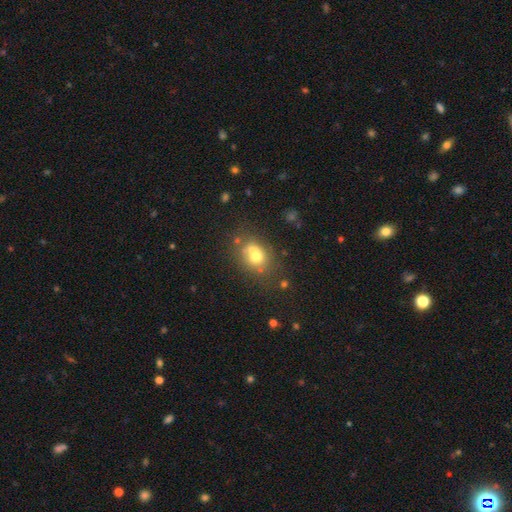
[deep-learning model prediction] A smooth galaxy with no disk features (63%) that is round (55%). Merging: none (42%).